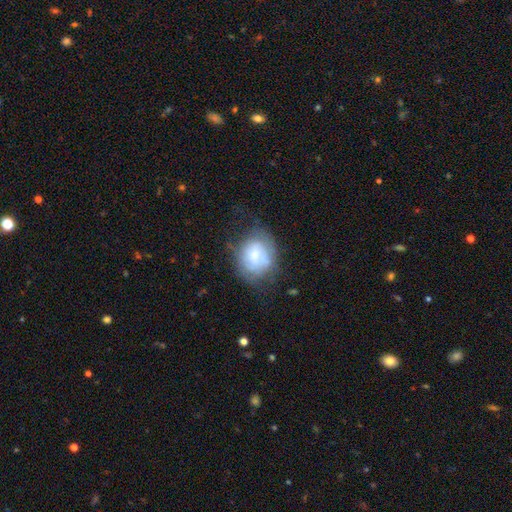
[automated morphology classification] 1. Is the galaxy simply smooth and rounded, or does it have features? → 52% smooth, 39% featured or disk, 9% star or artifact.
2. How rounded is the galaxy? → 56% round, 43% in between, 1% cigar-shaped.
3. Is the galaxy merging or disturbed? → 47% none, 29% minor disturbance, 21% major disturbance, 4% merger.